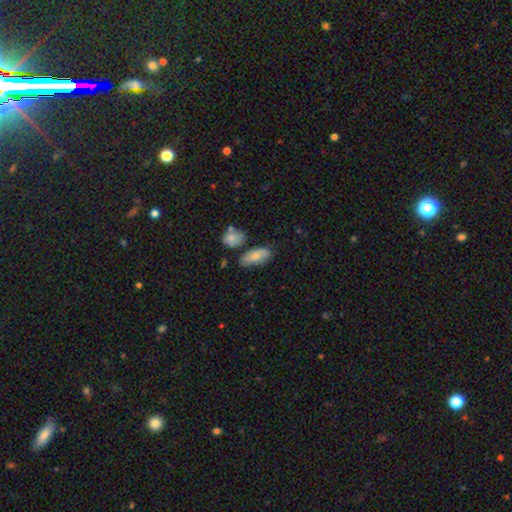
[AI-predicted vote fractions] Q: Smooth or featured?
A: smooth (77%); runner-up: featured or disk (16%)
Q: How rounded?
A: in between (81%); runner-up: cigar-shaped (15%)
Q: Merging?
A: none (59%); runner-up: minor disturbance (24%)